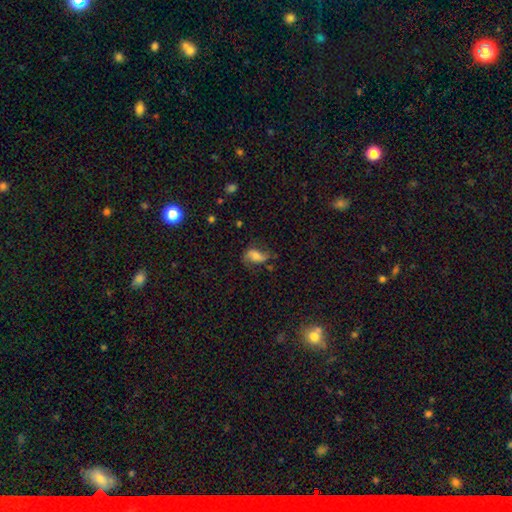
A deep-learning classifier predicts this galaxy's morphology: This is possibly a featured or disk galaxy (49%). Merging: possibly none (55%).